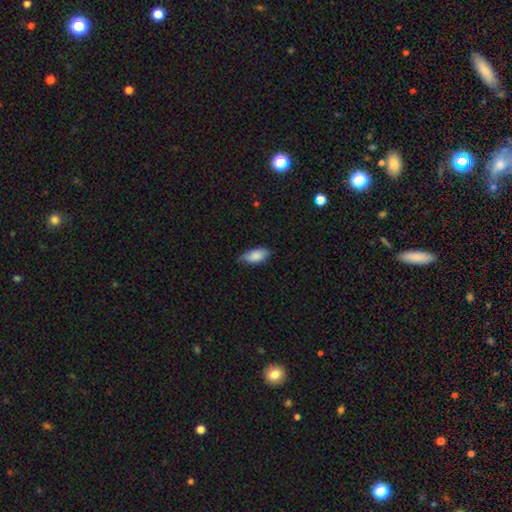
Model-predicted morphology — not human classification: Smooth or featured: smooth — 87% (featured or disk — 7%)
How rounded: in between — 88% (cigar-shaped — 10%)
Merging: none — 75% (minor disturbance — 21%)